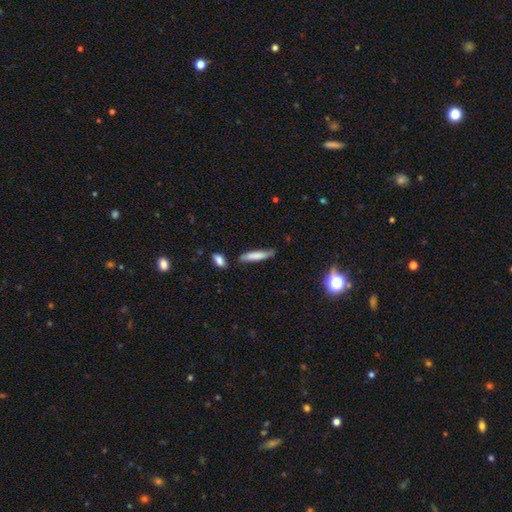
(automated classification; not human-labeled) Smooth or featured? smooth (78%)
How rounded? cigar-shaped (85%)
Merging? none (76%)